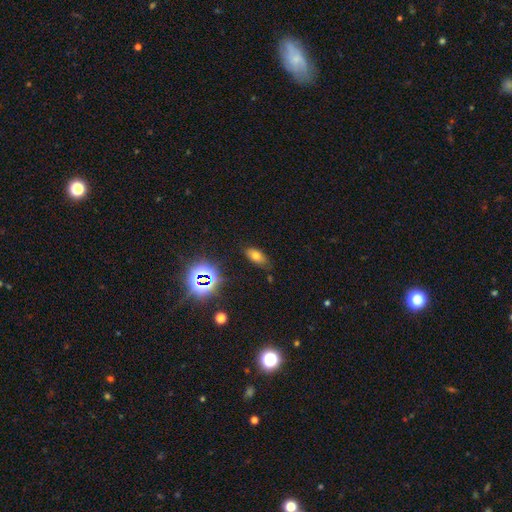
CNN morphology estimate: Smooth or featured? Predicted: smooth (p=0.66). How rounded? Predicted: in between (p=0.86). Merging? Predicted: none (p=0.78).